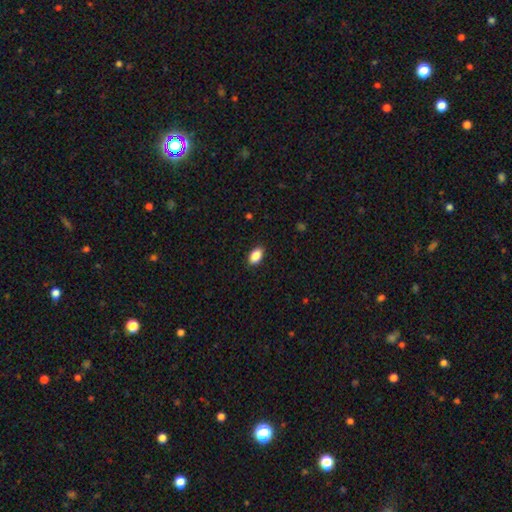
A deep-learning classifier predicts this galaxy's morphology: A smooth galaxy with no disk features (88%) that is in between round and cigar-shaped (92%). Merging: none (89%).